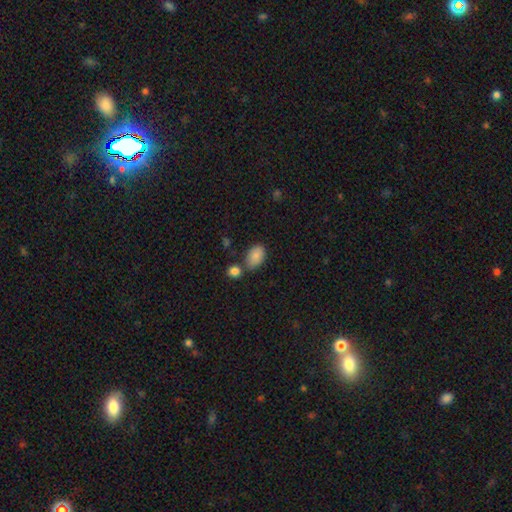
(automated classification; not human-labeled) The model was most divided on "merging": none: 64%, minor disturbance: 17%, merger: 15%, major disturbance: 4%. More confident: how rounded — in between (89%); smooth or featured — smooth (85%).